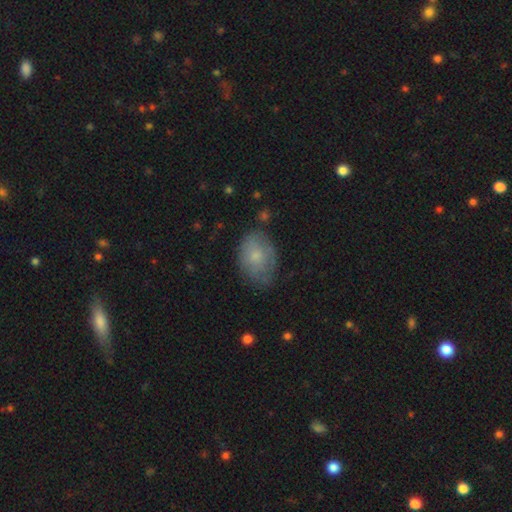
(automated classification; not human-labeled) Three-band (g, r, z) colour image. It shows a smooth galaxy with no disk features (70%) that is in between round and cigar-shaped (80%). Merging: none (62%).